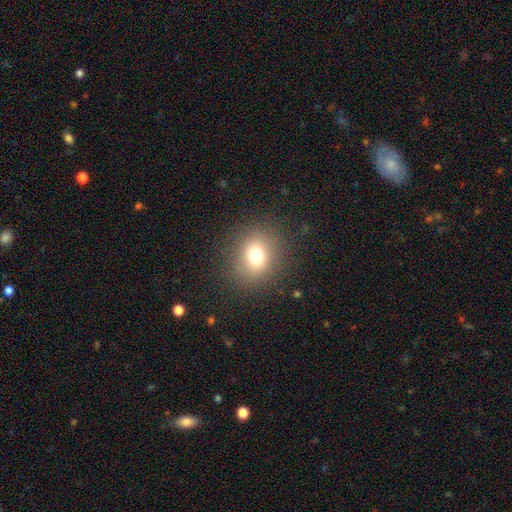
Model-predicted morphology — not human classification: Overall: smooth (73%). How rounded: round (71%). Merging: none (86%).